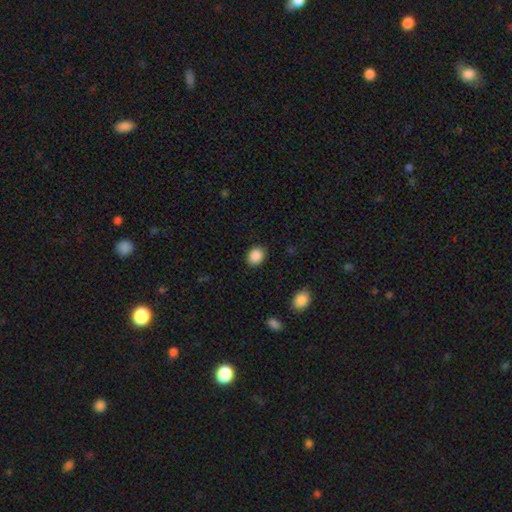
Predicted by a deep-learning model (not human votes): A smooth galaxy with no disk features (89%) that is round (51%).

Vote fractions:
- Smooth or featured? smooth: 89% / star or artifact: 8% / featured or disk: 3%
- How rounded? round: 51% / in between: 48% / cigar-shaped: 1%
- Merging? none: 87% / minor disturbance: 9% / major disturbance: 3% / merger: 1%